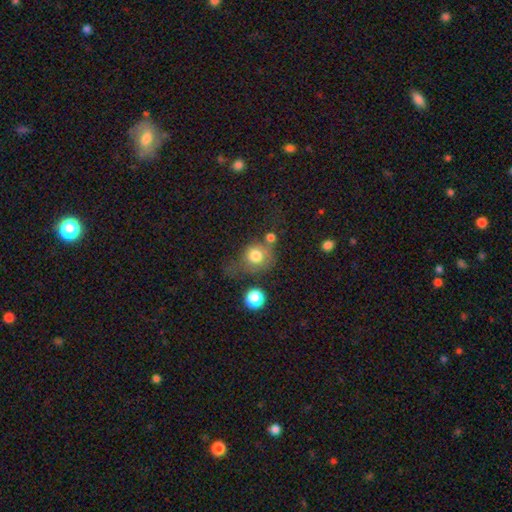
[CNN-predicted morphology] smooth_or_featured: smooth (p=0.76) [alt: featured or disk p=0.13]
how_rounded: round (p=0.81) [alt: in between p=0.18]
merging: none (p=0.41) [alt: minor disturbance p=0.22]